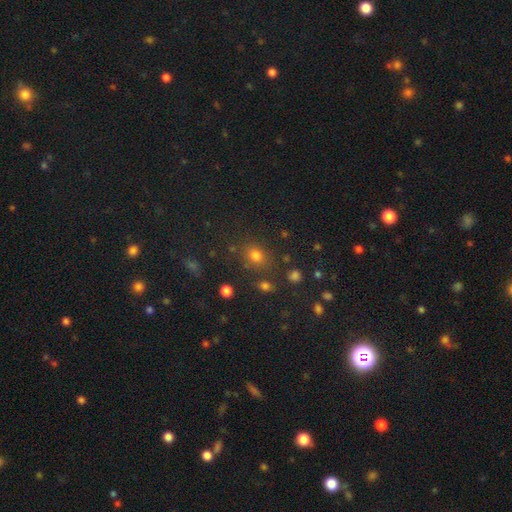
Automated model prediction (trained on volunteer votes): Smooth or featured: smooth — 72% (star or artifact — 20%)
How rounded: round — 57% (in between — 42%)
Merging: none — 74% (minor disturbance — 13%)